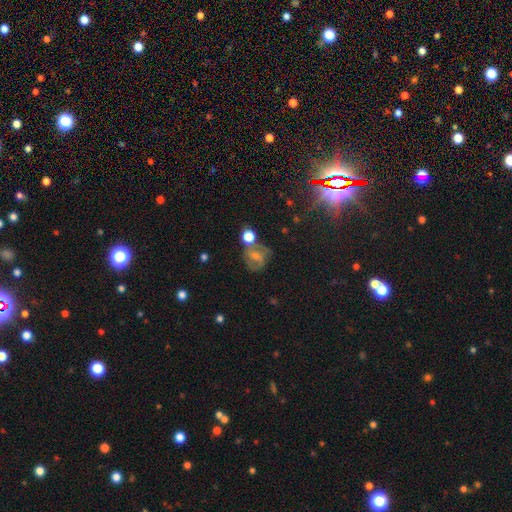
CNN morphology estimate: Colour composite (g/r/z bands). It shows a featured or disk galaxy (45%). Merging: none (57%).